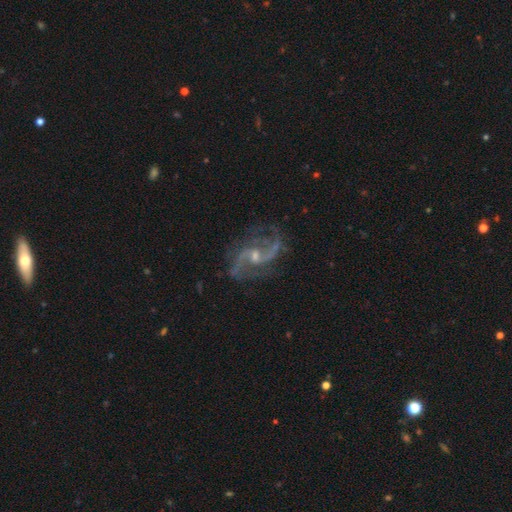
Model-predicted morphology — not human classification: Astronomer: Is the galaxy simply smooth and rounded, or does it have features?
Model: featured or disk — 91%.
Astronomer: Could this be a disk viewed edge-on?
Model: no — 98%.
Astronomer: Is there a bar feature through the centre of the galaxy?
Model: weak — 46% (runner-up: no, 40%).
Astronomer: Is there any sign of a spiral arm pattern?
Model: yes — 98%.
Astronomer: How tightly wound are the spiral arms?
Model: loose — 61%.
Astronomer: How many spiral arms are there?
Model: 2 — 89%.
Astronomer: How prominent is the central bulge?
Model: small — 55% (runner-up: moderate, 39%).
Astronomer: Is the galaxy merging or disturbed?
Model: none — 74%.